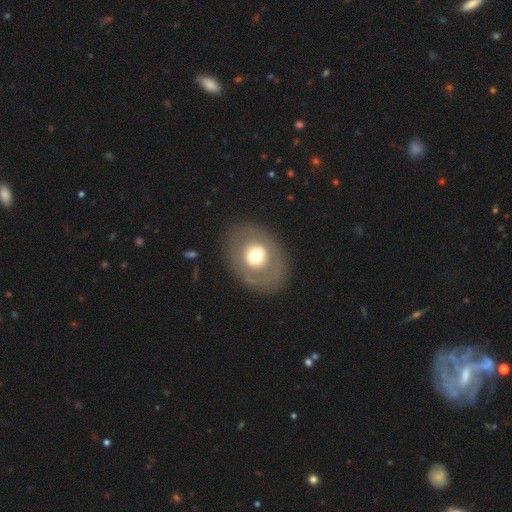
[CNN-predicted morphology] This is possibly a smooth galaxy (55%). How rounded: possibly in between (53%). Merging: clearly none (83%).